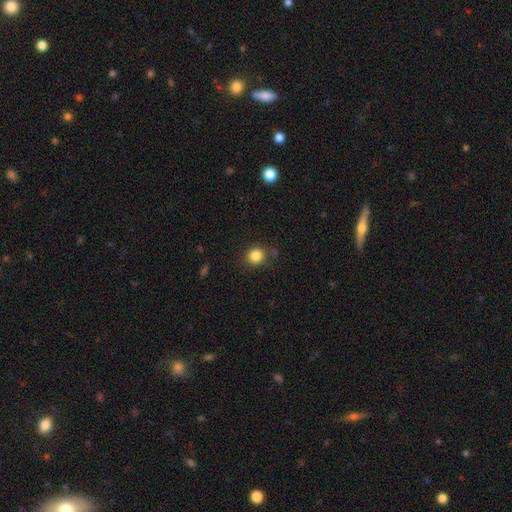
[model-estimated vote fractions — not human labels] Overall: smooth (84%). How rounded: round (87%). Merging: none (81%).